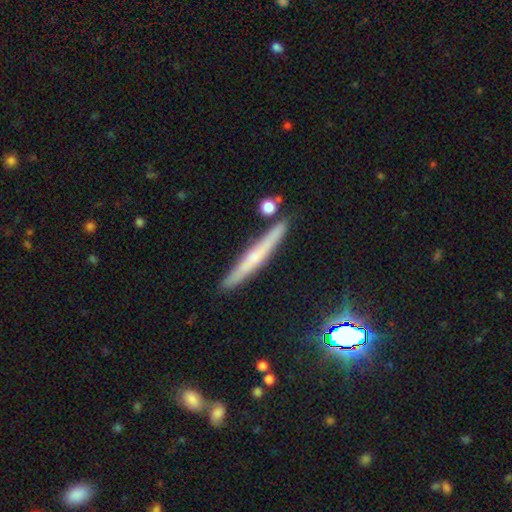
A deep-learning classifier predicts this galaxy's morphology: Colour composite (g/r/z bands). It shows a featured or disk galaxy (47%). Merging: none (86%).